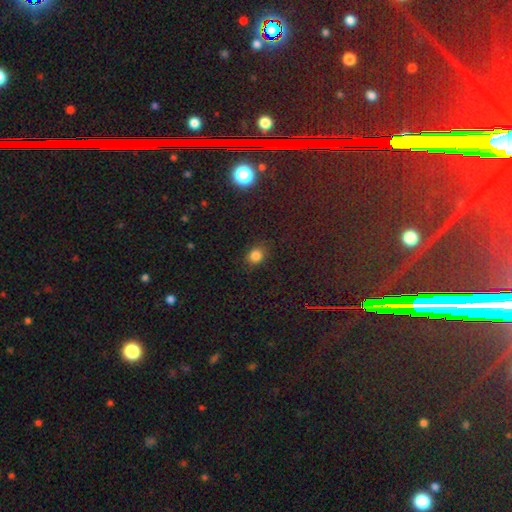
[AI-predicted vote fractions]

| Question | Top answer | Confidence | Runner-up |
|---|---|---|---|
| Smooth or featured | smooth | 81% | star or artifact (14%) |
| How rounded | round | 61% | in between (37%) |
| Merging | none | 83% | minor disturbance (12%) |